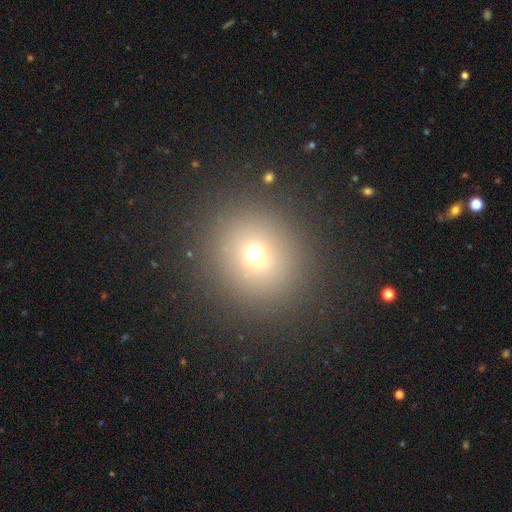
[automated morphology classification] Q: Smooth or featured?
A: smooth (68%); runner-up: star or artifact (21%)
Q: How rounded?
A: round (88%); runner-up: in between (11%)
Q: Merging?
A: none (88%); runner-up: minor disturbance (6%)